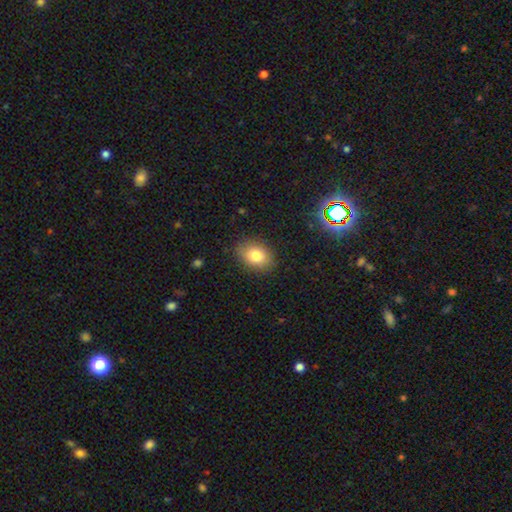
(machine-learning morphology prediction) smooth 82%, star or artifact 9%, featured or disk 9%. Down the decision tree: how rounded — in between (72%); merging — none (86%).